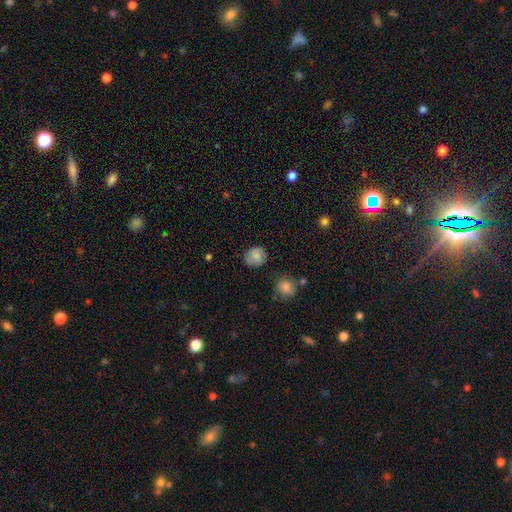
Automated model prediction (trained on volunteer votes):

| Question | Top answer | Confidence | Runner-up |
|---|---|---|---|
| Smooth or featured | smooth | 83% | star or artifact (9%) |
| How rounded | round | 78% | in between (21%) |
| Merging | none | 78% | minor disturbance (16%) |